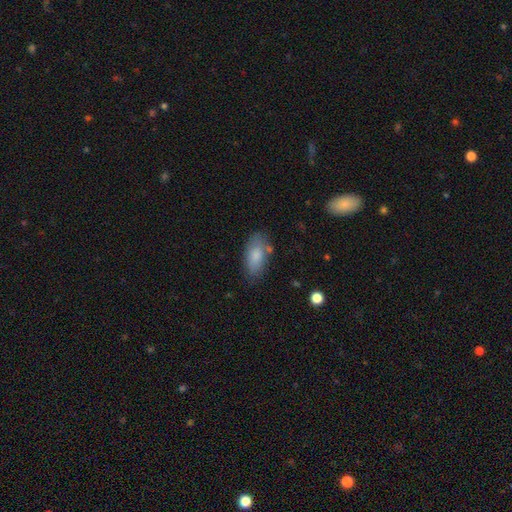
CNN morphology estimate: This appears to be a smooth galaxy with no disk features (82%) that is in between round and cigar-shaped (90%). Merging: none (71%).